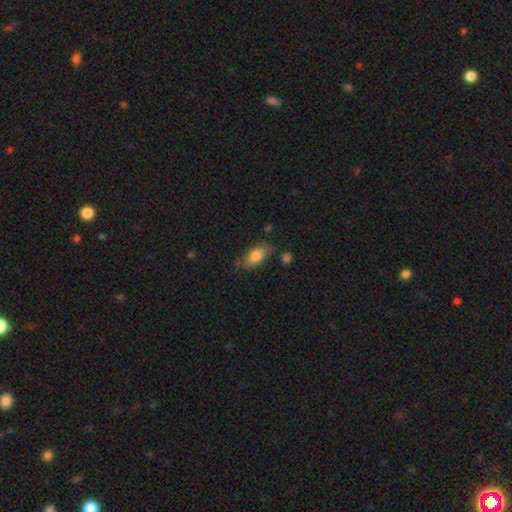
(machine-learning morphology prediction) smooth_or_featured: smooth (p=0.81) [alt: featured or disk p=0.12]
how_rounded: in between (p=0.88) [alt: cigar-shaped p=0.07]
merging: none (p=0.71) [alt: minor disturbance p=0.19]